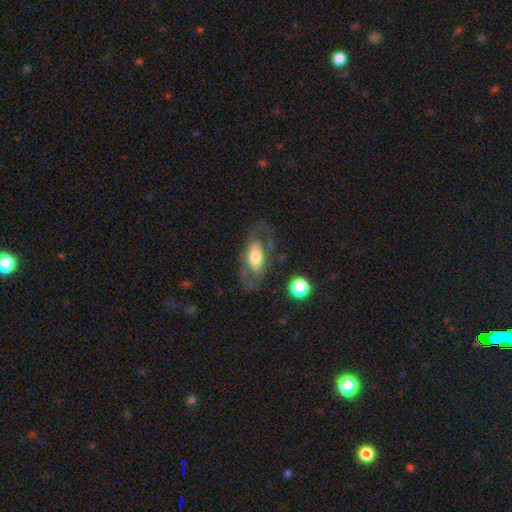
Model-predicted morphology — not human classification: A featured or disk galaxy (52%).

Vote fractions:
- Smooth or featured? featured or disk: 52% / smooth: 42% / star or artifact: 7%
- Edge-on disk? no: 83% / yes: 17%
- Merging? none: 61% / minor disturbance: 19% / major disturbance: 18% / merger: 3%